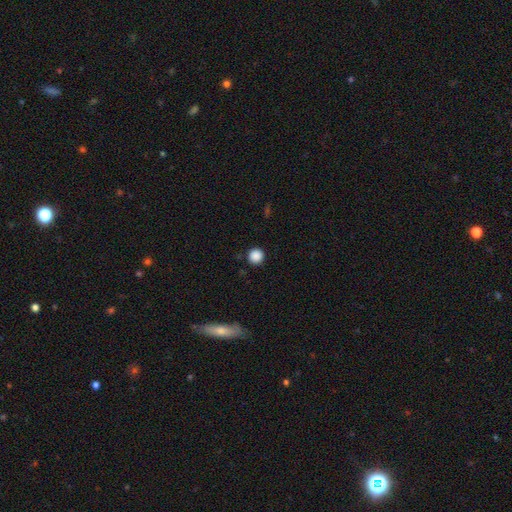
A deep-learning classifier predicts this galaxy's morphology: type=smooth (88%); roundness=round (95%); merging=none (90%).